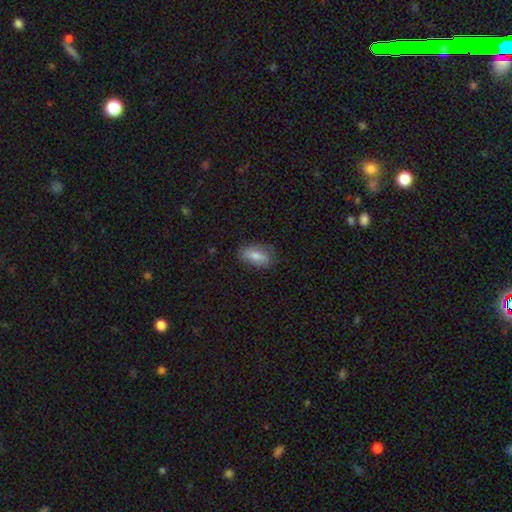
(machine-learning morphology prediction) A smooth galaxy with no disk features (74%) that is in between round and cigar-shaped (86%).

Vote fractions:
- Smooth or featured? smooth: 74% / featured or disk: 18% / star or artifact: 8%
- How rounded? in between: 86% / cigar-shaped: 9% / round: 5%
- Merging? none: 77% / minor disturbance: 18% / major disturbance: 4% / merger: 1%